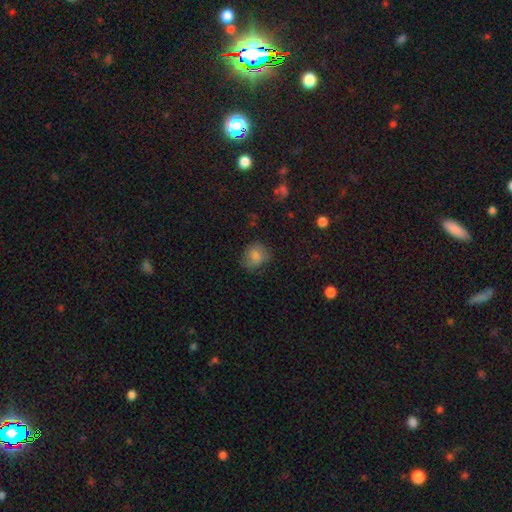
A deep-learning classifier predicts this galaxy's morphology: A smooth galaxy with no disk features (81%) that is round (65%). Merging: none (69%).